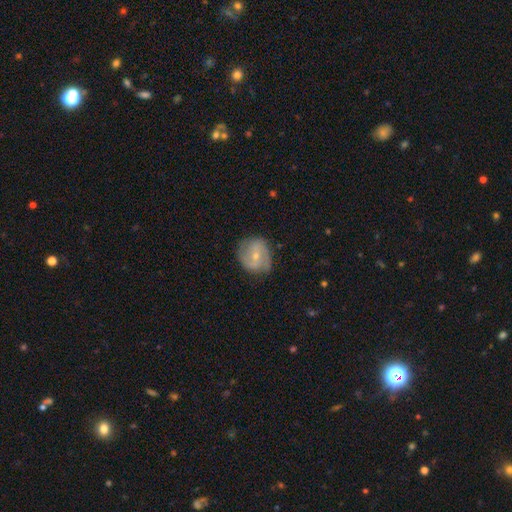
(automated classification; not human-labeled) This is likely a featured or disk galaxy (63%). It is clearly not viewed edge-on (97%). Bar: marginally weak (44%). Spiral arm pattern: clearly yes (81%). Central bulge: possibly small (58%). Merging: likely none (72%).